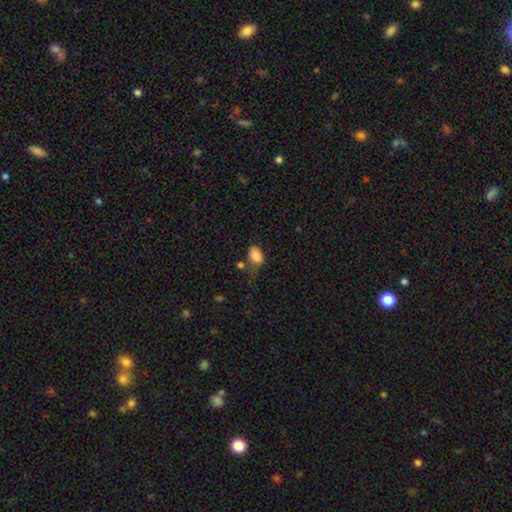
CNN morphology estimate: Smooth or featured?
  - smooth: 84% *
  - star or artifact: 8%
  - featured or disk: 7%
How rounded?
  - in between: 85% *
  - round: 14%
  - cigar-shaped: 1%
Merging?
  - none: 47% *
  - minor disturbance: 30%
  - major disturbance: 14%
  - merger: 9%